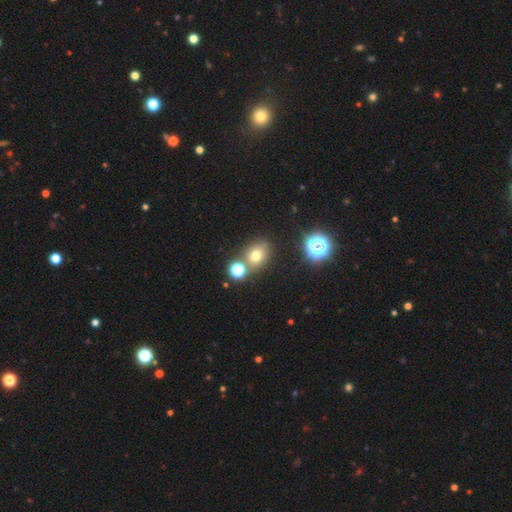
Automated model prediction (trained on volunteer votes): A smooth galaxy with no disk features (69%) that is round (59%).

Vote fractions:
- Smooth or featured? smooth: 69% / star or artifact: 21% / featured or disk: 10%
- How rounded? round: 59% / in between: 40% / cigar-shaped: 1%
- Merging? none: 68% / merger: 16% / minor disturbance: 11% / major disturbance: 4%